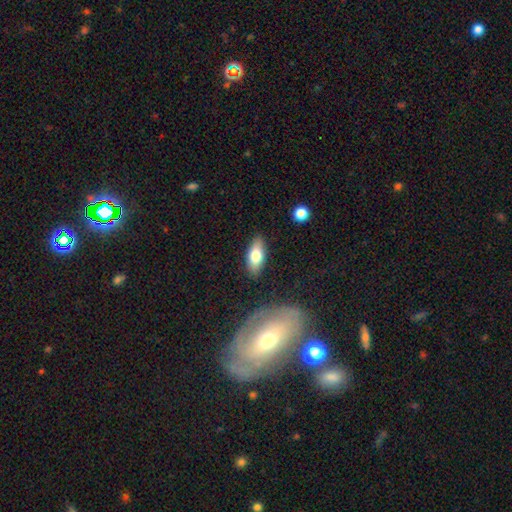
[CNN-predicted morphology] Smooth or featured?
  - smooth: 73% *
  - featured or disk: 20%
  - star or artifact: 7%
How rounded?
  - in between: 81% *
  - cigar-shaped: 16%
  - round: 3%
Merging?
  - none: 86% *
  - minor disturbance: 10%
  - major disturbance: 2%
  - merger: 2%